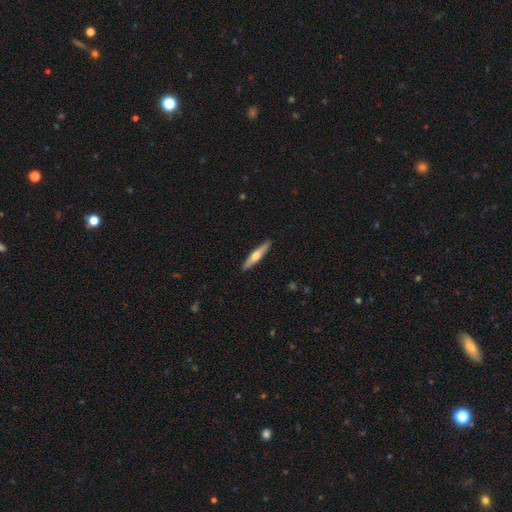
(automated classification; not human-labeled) Morphology: type=featured or disk (47%, tied with smooth); merging=none (91%).